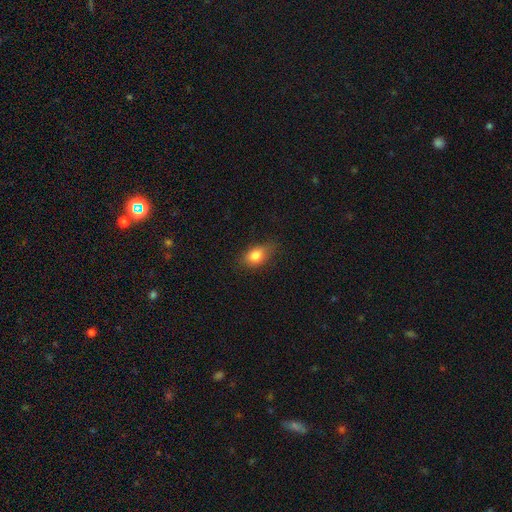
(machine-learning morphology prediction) type=smooth (81%); roundness=in between (78%); merging=none (69%).